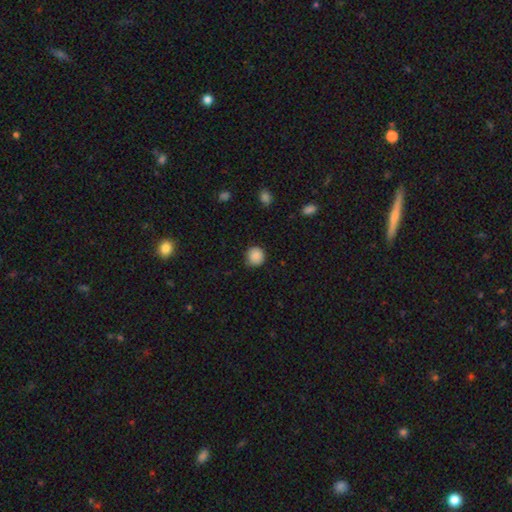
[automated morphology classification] A smooth galaxy with no disk features (88%) that is round (91%). Merging: none (82%).